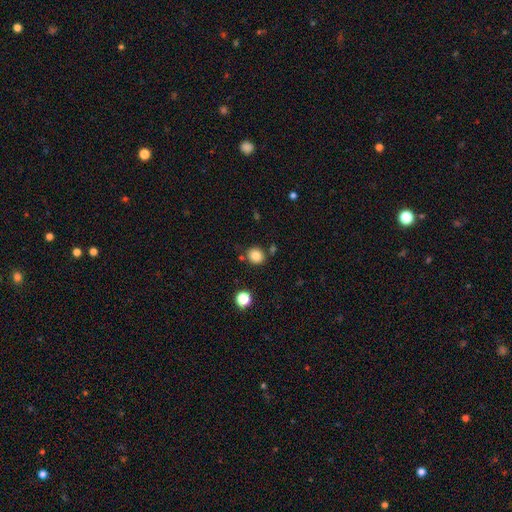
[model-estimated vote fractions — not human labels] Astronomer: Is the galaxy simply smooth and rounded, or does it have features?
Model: smooth — 84%.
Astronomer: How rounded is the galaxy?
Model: round — 79%.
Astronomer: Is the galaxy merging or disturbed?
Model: none — 79%.